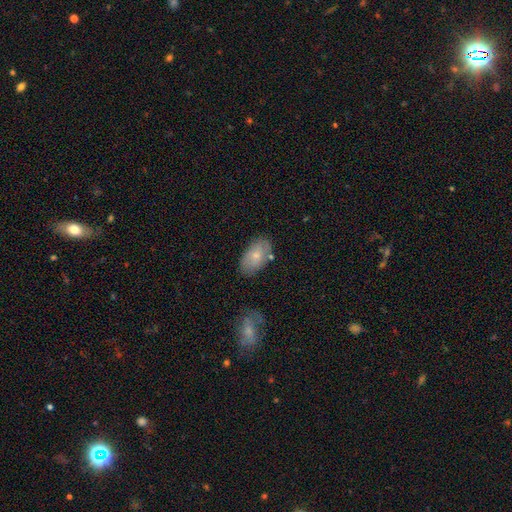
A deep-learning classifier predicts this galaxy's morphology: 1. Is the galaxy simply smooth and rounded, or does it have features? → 72% smooth, 22% featured or disk, 7% star or artifact.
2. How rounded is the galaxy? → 93% in between, 6% round, 2% cigar-shaped.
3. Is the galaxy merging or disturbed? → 72% none, 18% minor disturbance, 5% merger, 4% major disturbance.